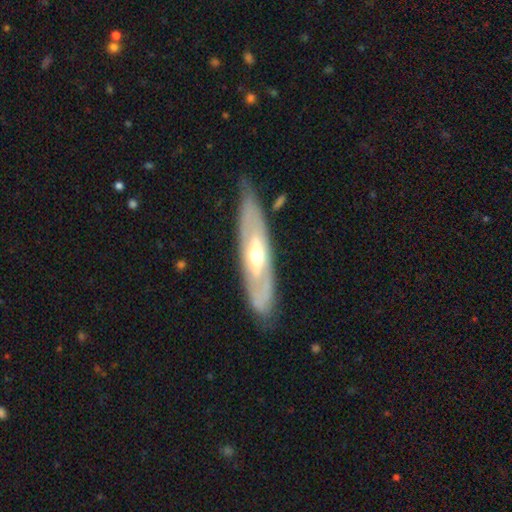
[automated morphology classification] The model was most divided on "edge-on disk": no: 65%, yes: 35%. More confident: merging — none (76%); smooth or featured — featured or disk (67%).